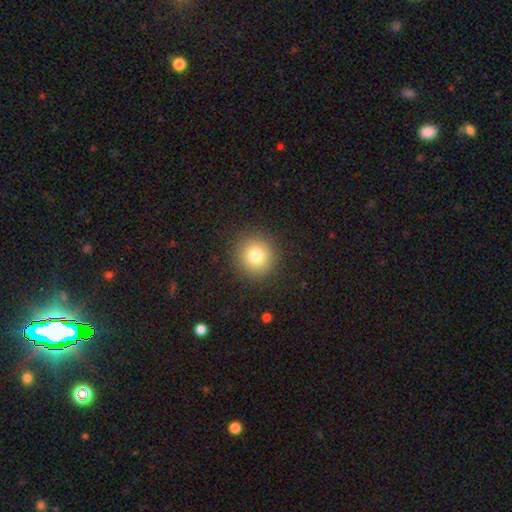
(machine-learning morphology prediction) Smooth or featured?
  - smooth: 78% *
  - star or artifact: 13%
  - featured or disk: 9%
How rounded?
  - round: 94% *
  - in between: 5%
  - cigar-shaped: 1%
Merging?
  - none: 91% *
  - minor disturbance: 6%
  - major disturbance: 2%
  - merger: 1%